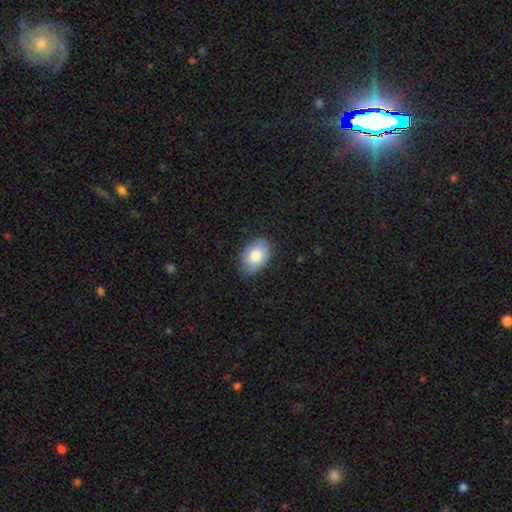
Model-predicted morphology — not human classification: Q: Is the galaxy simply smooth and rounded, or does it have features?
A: smooth — 80%.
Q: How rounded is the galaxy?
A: in between — 86%.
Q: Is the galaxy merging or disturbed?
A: none — 81%.